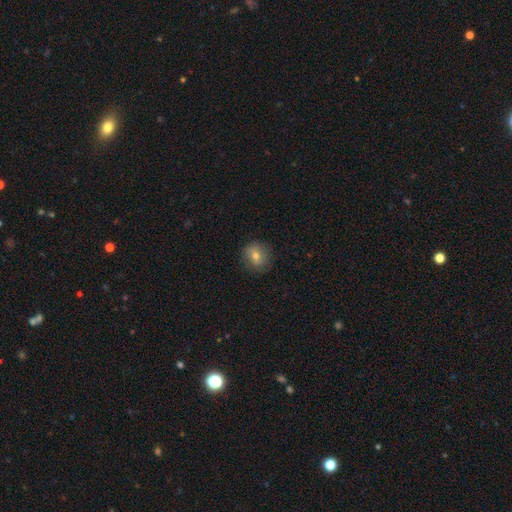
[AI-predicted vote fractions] Smooth or featured: smooth — 67% (featured or disk — 21%)
How rounded: round — 84% (in between — 15%)
Merging: none — 83% (minor disturbance — 12%)